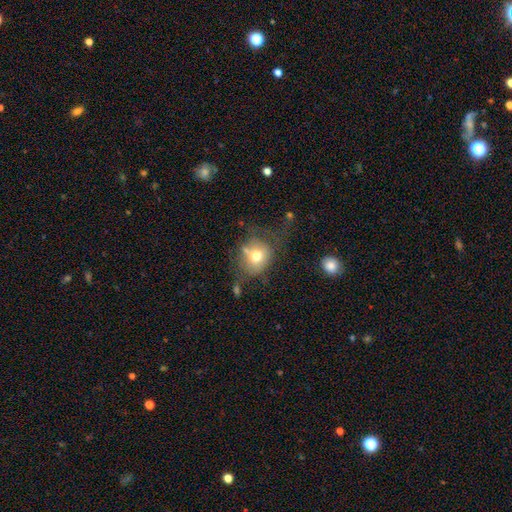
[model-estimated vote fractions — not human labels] smooth-or-featured: smooth: 68% | featured or disk: 20% | star or artifact: 12%
  how-rounded: round: 69% | in between: 30% | cigar-shaped: 1%
  merging: none: 44% | minor disturbance: 23% | major disturbance: 21% | merger: 12%